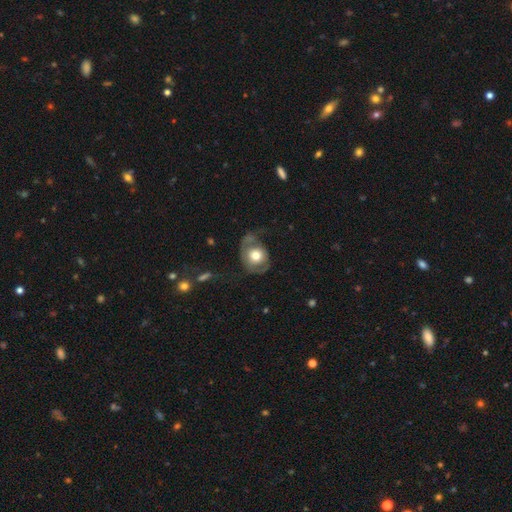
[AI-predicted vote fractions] Smooth or featured? Predicted: smooth (p=0.51). How rounded? Predicted: round (p=0.67). Merging? Predicted: none (p=0.38).